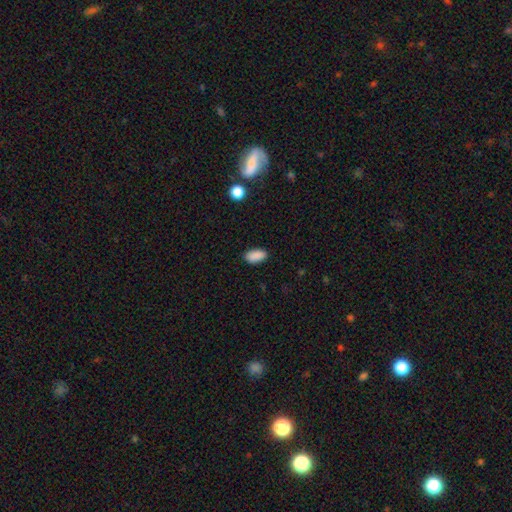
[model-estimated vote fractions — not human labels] A smooth galaxy with no disk features (89%) that is in between round and cigar-shaped (93%). Merging: none (87%).